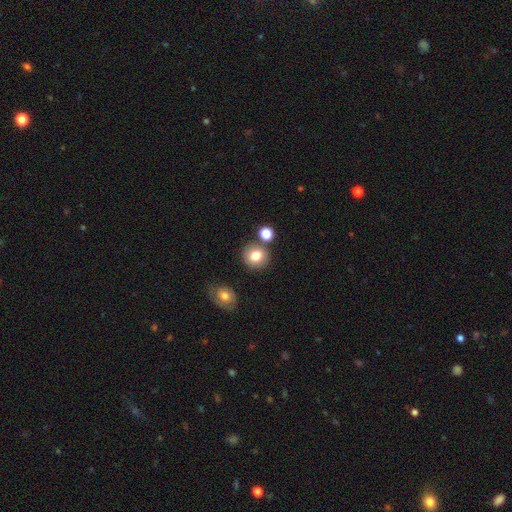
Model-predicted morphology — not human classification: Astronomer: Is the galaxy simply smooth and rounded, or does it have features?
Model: smooth — 80%.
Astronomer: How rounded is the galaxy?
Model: round — 86%.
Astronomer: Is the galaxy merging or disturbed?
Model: none — 78%.